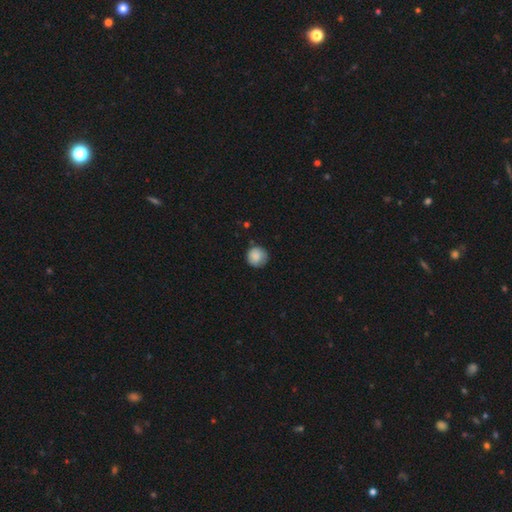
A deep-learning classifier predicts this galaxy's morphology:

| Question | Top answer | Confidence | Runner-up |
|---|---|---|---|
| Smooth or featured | smooth | 86% | star or artifact (8%) |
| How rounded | round | 93% | in between (6%) |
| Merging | none | 79% | minor disturbance (16%) |